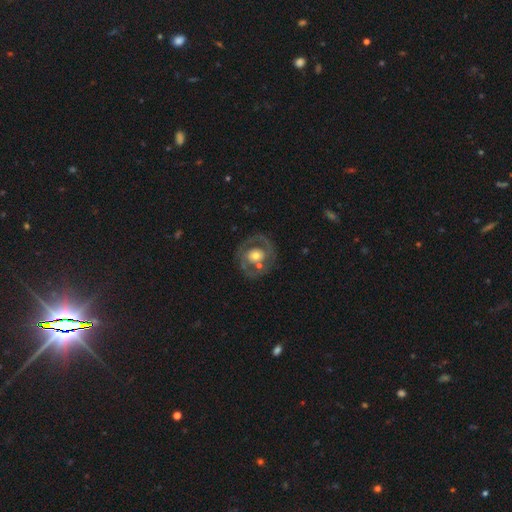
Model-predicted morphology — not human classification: This appears to be a featured or disk galaxy (66%) with no bar (75%), no spiral arms (54%) and a moderate central bulge (63%). Merging: none (71%).